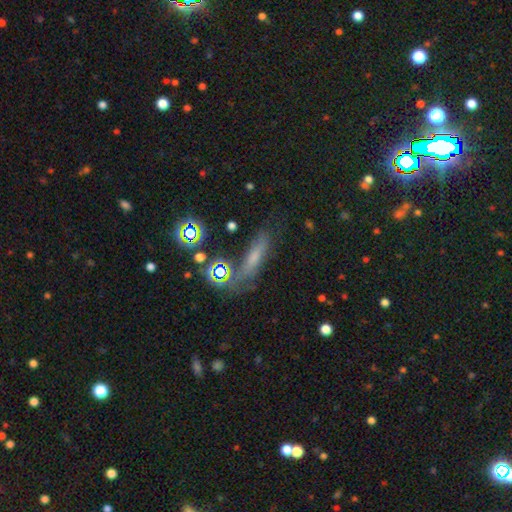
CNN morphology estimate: Smooth or featured: smooth — 44% (star or artifact — 28%)
Merging: none — 59% (minor disturbance — 20%)